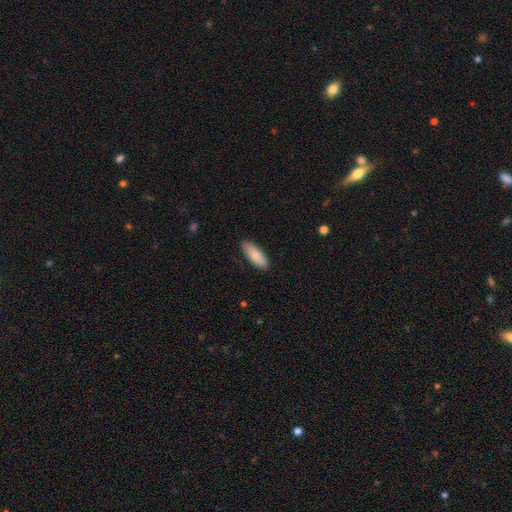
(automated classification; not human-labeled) A smooth galaxy with no disk features (83%) that is in between round and cigar-shaped (70%).

Vote fractions:
- Smooth or featured? smooth: 83% / featured or disk: 12% / star or artifact: 6%
- How rounded? in between: 70% / cigar-shaped: 28% / round: 2%
- Merging? none: 87% / minor disturbance: 11% / major disturbance: 2% / merger: 1%